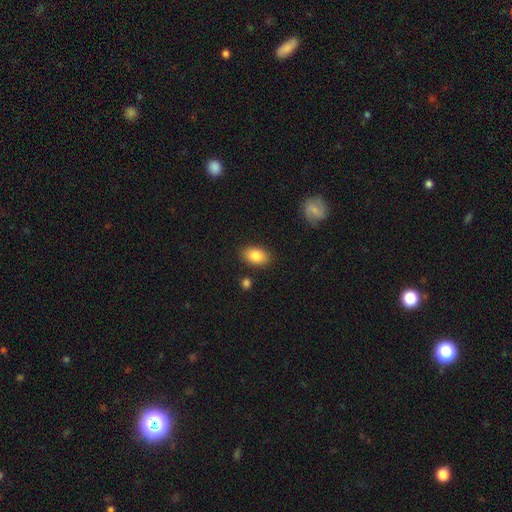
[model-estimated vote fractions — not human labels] Q: Smooth or featured?
A: smooth (85%); runner-up: featured or disk (7%)
Q: How rounded?
A: in between (89%); runner-up: round (10%)
Q: Merging?
A: none (85%); runner-up: minor disturbance (10%)